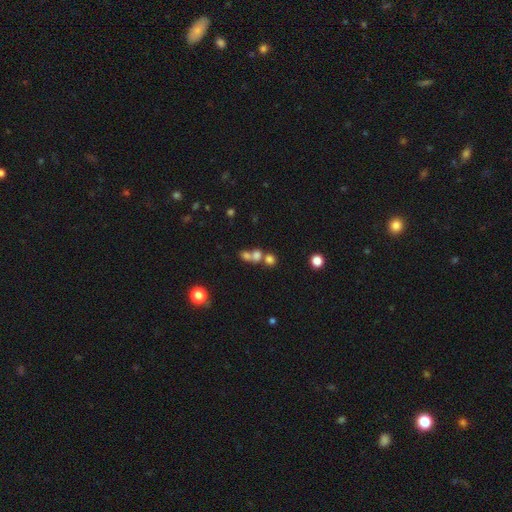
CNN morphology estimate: The model was most divided on "merging": merger: 54%, none: 35%, minor disturbance: 7%, major disturbance: 5%. More confident: how rounded — round (70%); smooth or featured — smooth (69%).